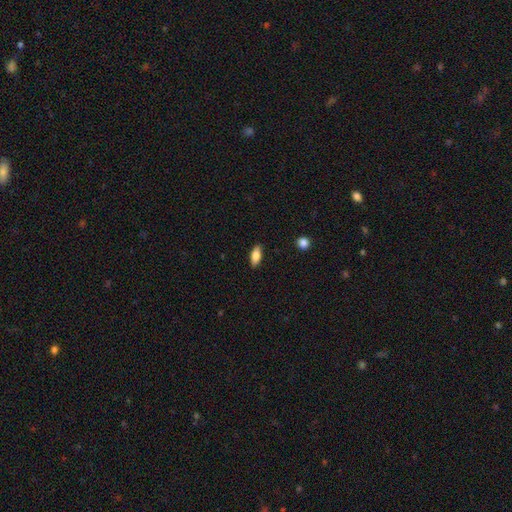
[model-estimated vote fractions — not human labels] Morphology: type=smooth (79%); roundness=in between (80%); merging=none (88%).